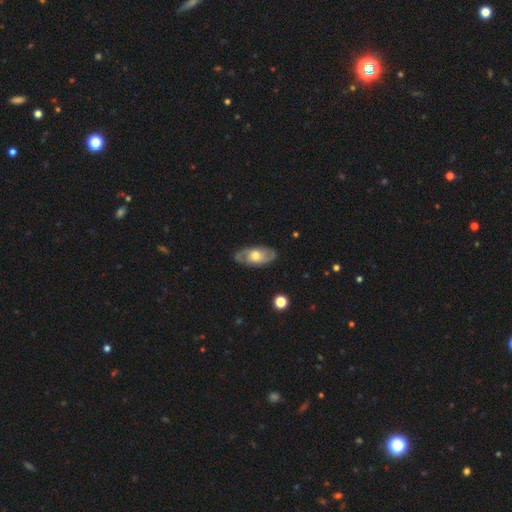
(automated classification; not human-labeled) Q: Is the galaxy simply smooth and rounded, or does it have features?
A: featured or disk — 65%.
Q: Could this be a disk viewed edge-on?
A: no — 88%.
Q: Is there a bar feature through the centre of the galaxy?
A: no — 74%.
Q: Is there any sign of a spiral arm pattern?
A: yes — 75%.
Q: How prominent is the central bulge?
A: moderate — 68%.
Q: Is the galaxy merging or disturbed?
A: none — 79%.